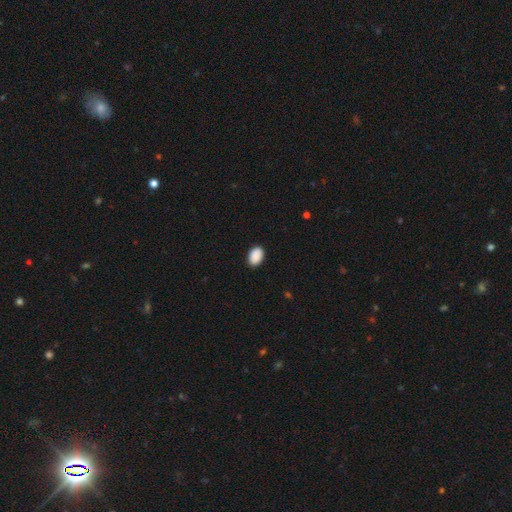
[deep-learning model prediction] A smooth galaxy with no disk features (91%) that is in between round and cigar-shaped (86%). Merging: none (88%).